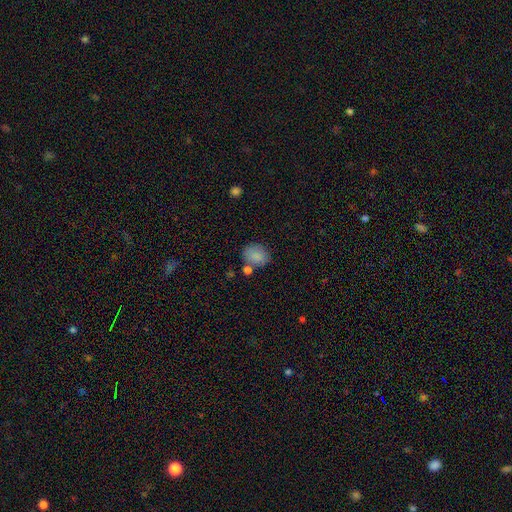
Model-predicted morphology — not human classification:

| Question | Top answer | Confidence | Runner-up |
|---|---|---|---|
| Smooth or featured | smooth | 85% | star or artifact (9%) |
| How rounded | round | 56% | in between (43%) |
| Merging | none | 66% | minor disturbance (16%) |